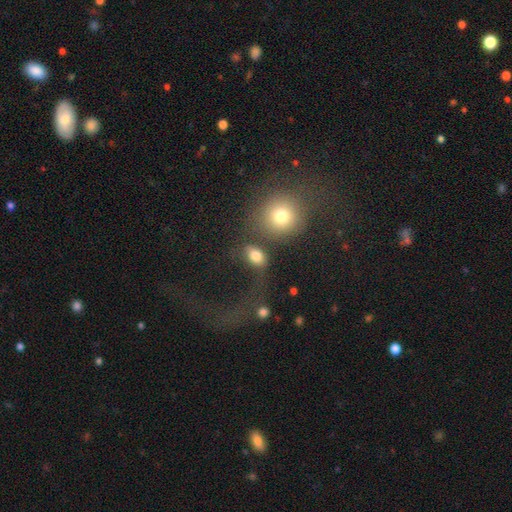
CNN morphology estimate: Q: Smooth or featured?
A: smooth (81%); runner-up: star or artifact (10%)
Q: How rounded?
A: in between (78%); runner-up: round (19%)
Q: Merging?
A: none (48%); runner-up: merger (20%)